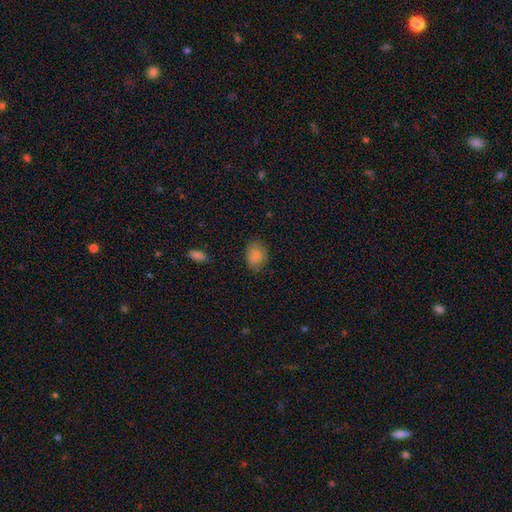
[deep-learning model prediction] smooth_or_featured: smooth (p=0.85) [alt: star or artifact p=0.08]
how_rounded: in between (p=0.74) [alt: round p=0.25]
merging: none (p=0.76) [alt: minor disturbance p=0.18]